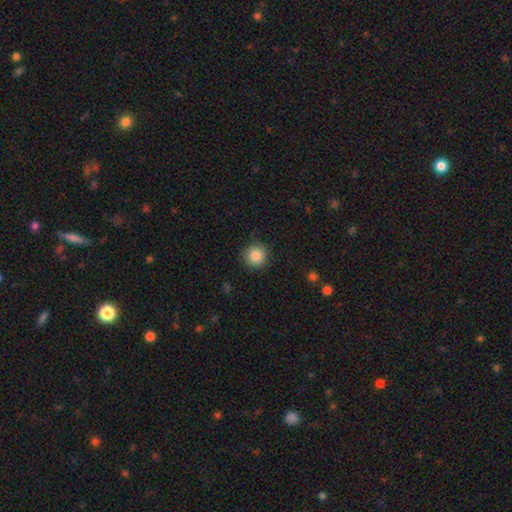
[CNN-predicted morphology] The model was most divided on "smooth or featured": smooth: 85%, star or artifact: 9%, featured or disk: 5%. More confident: how rounded — round (95%); merging — none (89%).